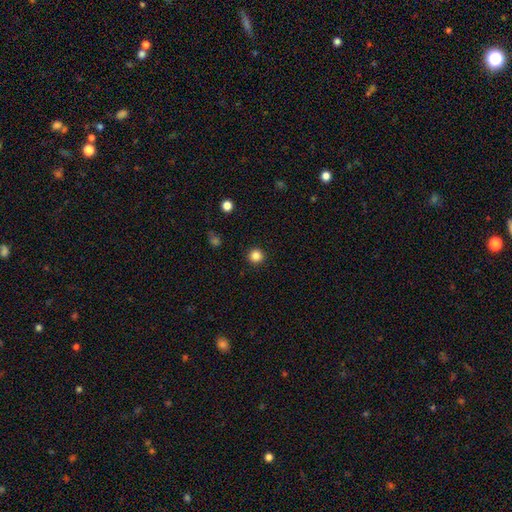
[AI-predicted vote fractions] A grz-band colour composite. It shows a smooth galaxy with no disk features (84%) that is round (95%). Merging: none (92%).